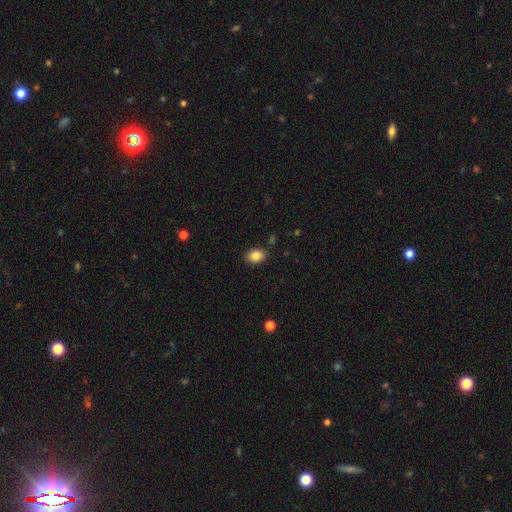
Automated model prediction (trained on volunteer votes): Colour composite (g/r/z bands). It shows a smooth galaxy with no disk features (86%) that is in between round and cigar-shaped (69%). Merging: none (86%).